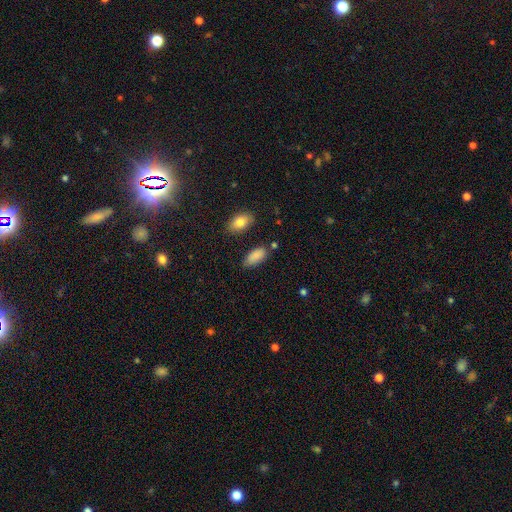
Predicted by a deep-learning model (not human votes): This appears to be a smooth galaxy with no disk features (87%) that is in between round and cigar-shaped (91%). Merging: none (71%).